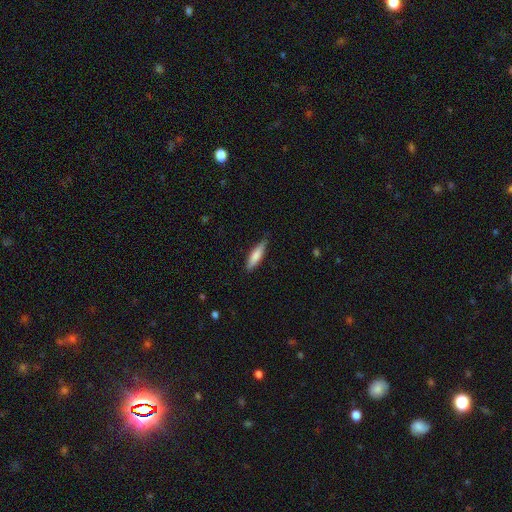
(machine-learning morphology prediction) This appears to be a smooth galaxy with no disk features (77%) that is cigar-shaped (70%). Merging: none (79%).